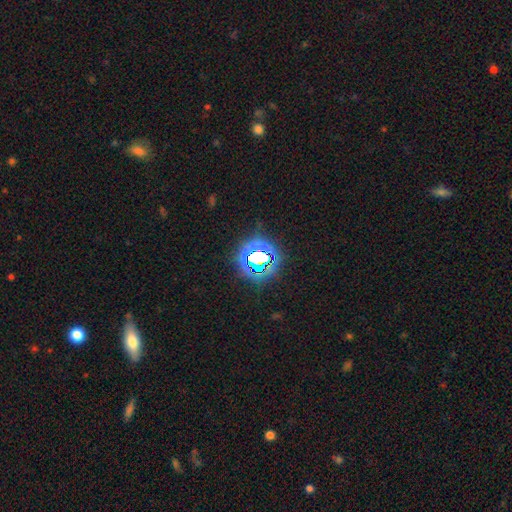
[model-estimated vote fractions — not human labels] Overall: star or artifact (70%).